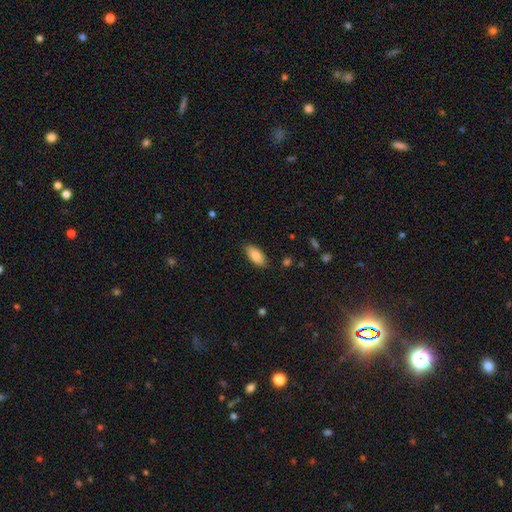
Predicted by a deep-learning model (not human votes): Morphology: type=smooth (81%); roundness=in between (90%); merging=none (85%).